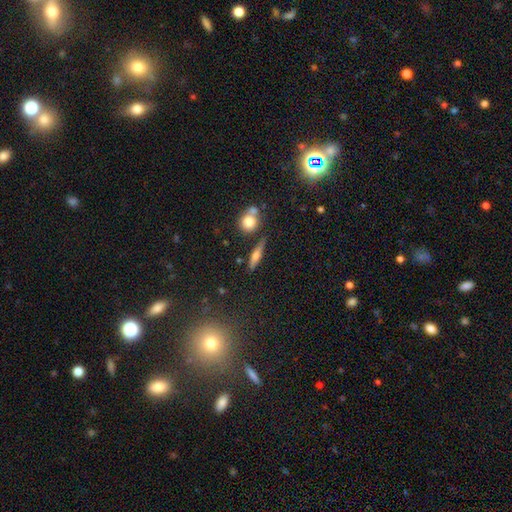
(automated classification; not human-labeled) smooth-or-featured: smooth: 49% | featured or disk: 41% | star or artifact: 10%
  merging: none: 77% | minor disturbance: 13% | merger: 7% | major disturbance: 4%